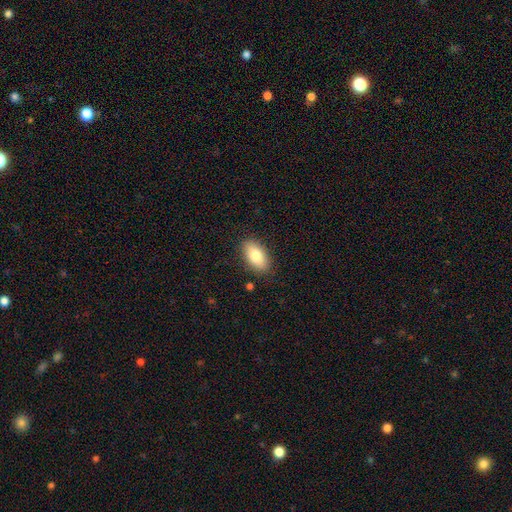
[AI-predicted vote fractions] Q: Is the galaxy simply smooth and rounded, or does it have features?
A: smooth — 81%.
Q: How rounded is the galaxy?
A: in between — 92%.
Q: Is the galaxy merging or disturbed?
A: none — 86%.